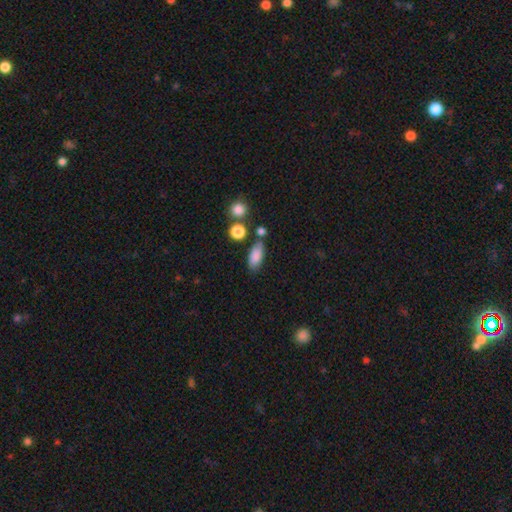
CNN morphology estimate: smooth-or-featured: smooth: 86% | star or artifact: 8% | featured or disk: 6%
  how-rounded: in between: 82% | cigar-shaped: 12% | round: 5%
  merging: none: 74% | minor disturbance: 14% | merger: 8% | major disturbance: 4%